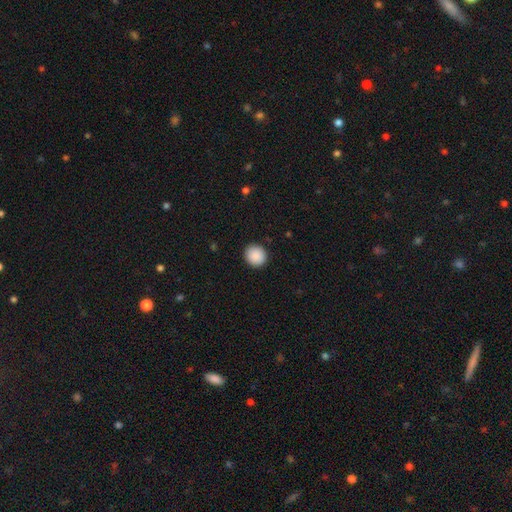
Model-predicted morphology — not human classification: This appears to be a smooth galaxy with no disk features (90%) that is round (88%). Merging: none (91%).